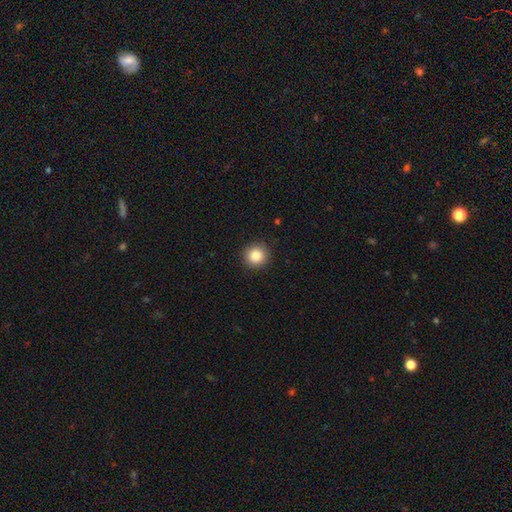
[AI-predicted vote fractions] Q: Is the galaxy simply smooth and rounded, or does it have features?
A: smooth — 85%.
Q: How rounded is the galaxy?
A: round — 94%.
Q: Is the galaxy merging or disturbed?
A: none — 92%.